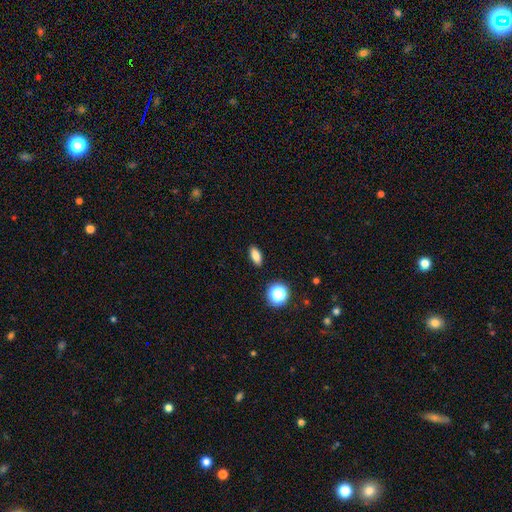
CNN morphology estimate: smooth_or_featured: smooth (p=0.81) [alt: star or artifact p=0.12]
how_rounded: in between (p=0.80) [alt: cigar-shaped p=0.12]
merging: none (p=0.90) [alt: minor disturbance p=0.07]